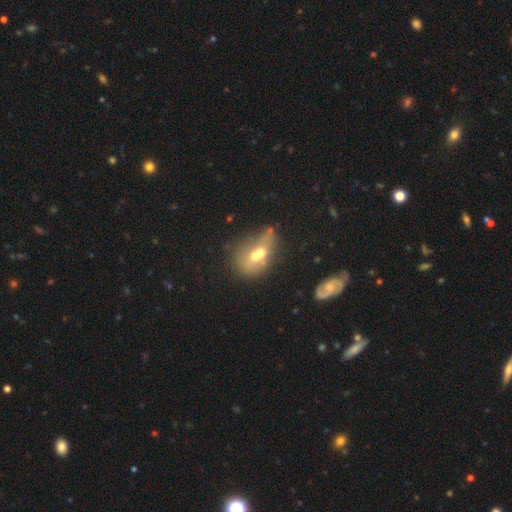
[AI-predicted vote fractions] Morphology: type=smooth (52%); roundness=in between (67%); merging=merger (42%).